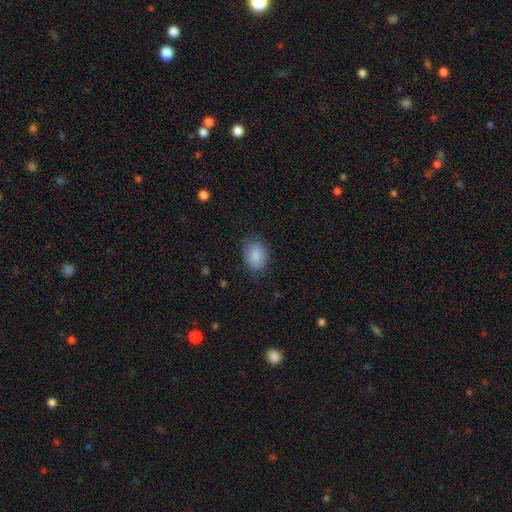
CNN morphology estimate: Q: Smooth or featured?
A: smooth (87%); runner-up: star or artifact (7%)
Q: How rounded?
A: in between (79%); runner-up: round (20%)
Q: Merging?
A: none (75%); runner-up: minor disturbance (19%)